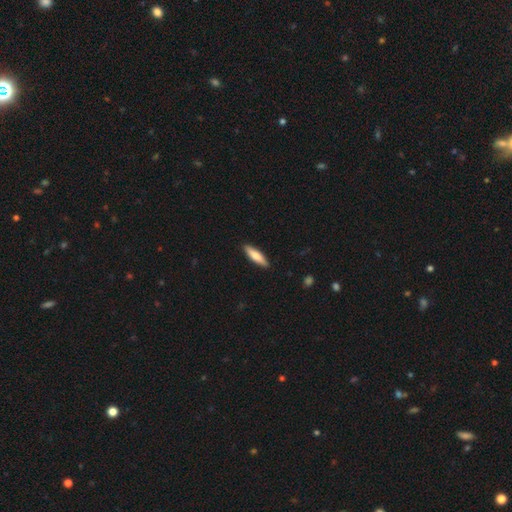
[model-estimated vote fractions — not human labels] Smooth or featured? smooth (74%)
How rounded? cigar-shaped (68%)
Merging? none (90%)